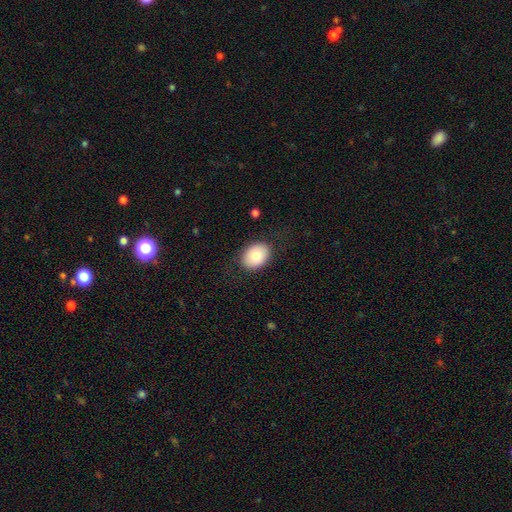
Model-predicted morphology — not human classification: Smooth or featured?
  - smooth: 80% *
  - featured or disk: 13%
  - star or artifact: 7%
How rounded?
  - in between: 70% *
  - round: 29%
  - cigar-shaped: 1%
Merging?
  - none: 84% *
  - minor disturbance: 11%
  - major disturbance: 4%
  - merger: 1%